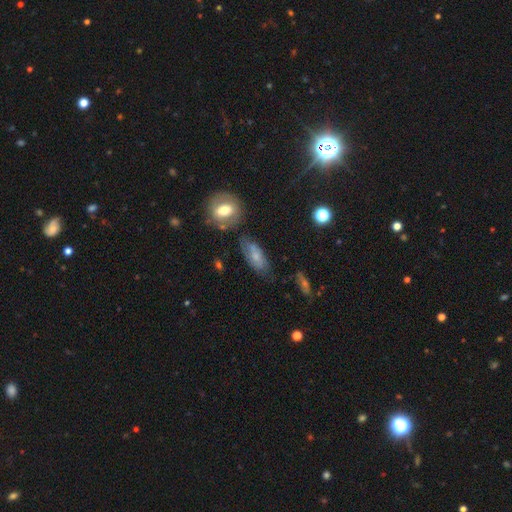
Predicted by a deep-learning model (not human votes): smooth_or_featured: smooth (p=0.61) [alt: featured or disk p=0.29]
how_rounded: in between (p=0.77) [alt: cigar-shaped p=0.18]
merging: none (p=0.59) [alt: minor disturbance p=0.25]